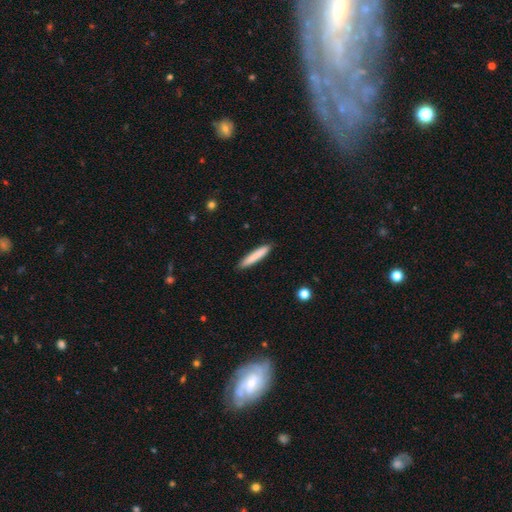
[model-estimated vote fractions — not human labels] smooth-or-featured: smooth: 83% | featured or disk: 12% | star or artifact: 6%
  how-rounded: cigar-shaped: 92% | in between: 7% | round: 1%
  merging: none: 90% | minor disturbance: 8% | major disturbance: 1% | merger: 1%